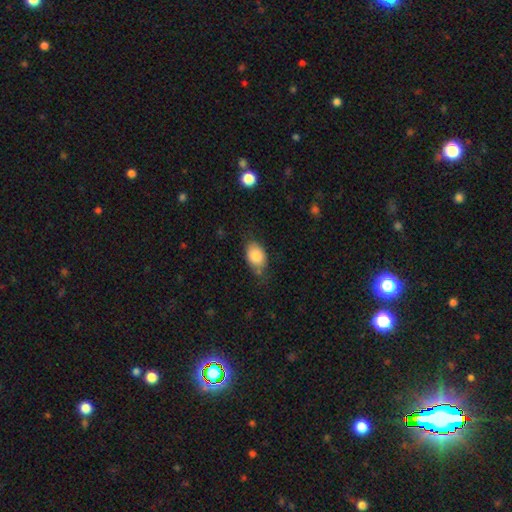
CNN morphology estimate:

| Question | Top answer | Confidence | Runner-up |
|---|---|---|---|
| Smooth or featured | smooth | 83% | featured or disk (9%) |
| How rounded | in between | 82% | round (17%) |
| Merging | none | 63% | minor disturbance (27%) |